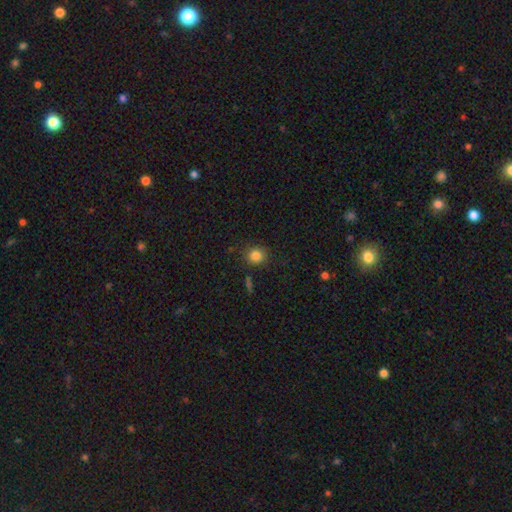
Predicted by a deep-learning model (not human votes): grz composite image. It shows a smooth galaxy with no disk features (83%) that is round (85%). Merging: none (86%).